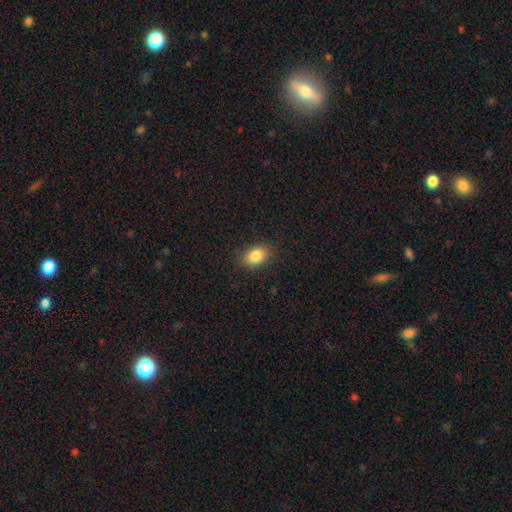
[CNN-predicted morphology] type=smooth (85%); roundness=in between (75%); merging=none (86%).